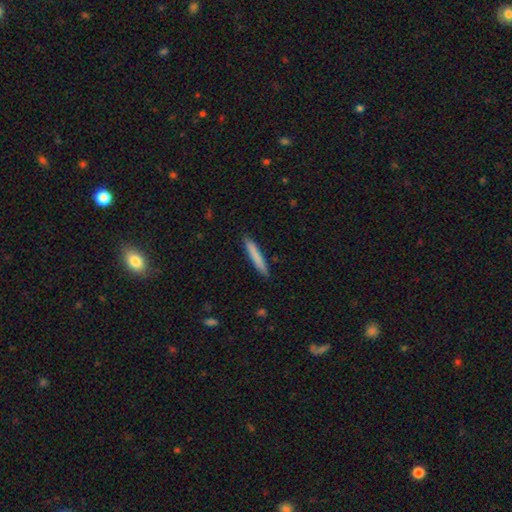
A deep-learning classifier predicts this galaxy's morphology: Q: Smooth or featured?
A: smooth (77%); runner-up: featured or disk (17%)
Q: How rounded?
A: cigar-shaped (95%); runner-up: in between (4%)
Q: Merging?
A: none (89%); runner-up: minor disturbance (8%)